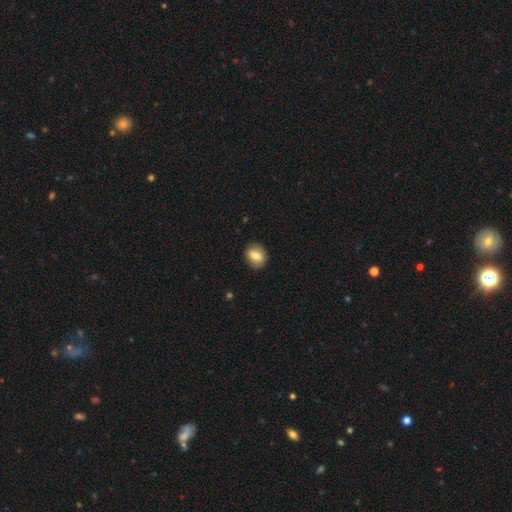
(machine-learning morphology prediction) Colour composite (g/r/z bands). It shows a smooth galaxy with no disk features (69%) that is round (52%). Merging: none (87%).